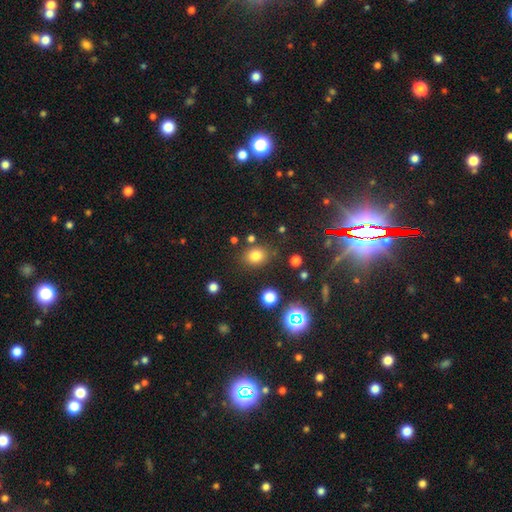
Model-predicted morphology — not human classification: The model was most divided on "how rounded": round: 60%, in between: 39%, cigar-shaped: 1%. More confident: merging — none (80%); smooth or featured — smooth (78%).